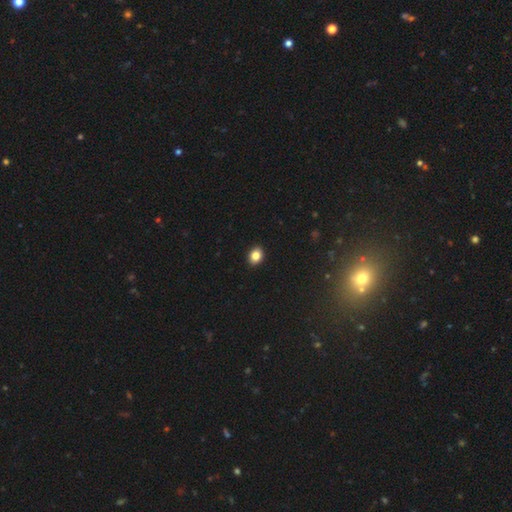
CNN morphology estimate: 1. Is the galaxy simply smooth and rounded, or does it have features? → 84% smooth, 10% star or artifact, 6% featured or disk.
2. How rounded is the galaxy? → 60% in between, 39% round, 1% cigar-shaped.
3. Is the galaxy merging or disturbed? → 91% none, 7% minor disturbance, 2% major disturbance, 1% merger.